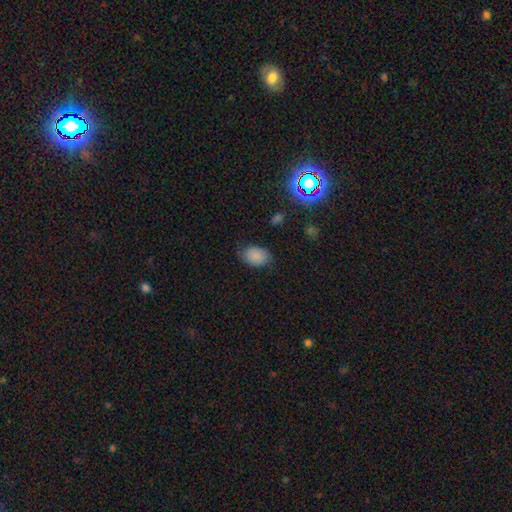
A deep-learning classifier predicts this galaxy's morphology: smooth 86%, star or artifact 9%, featured or disk 5%. Down the decision tree: how rounded — in between (82%); merging — none (77%).